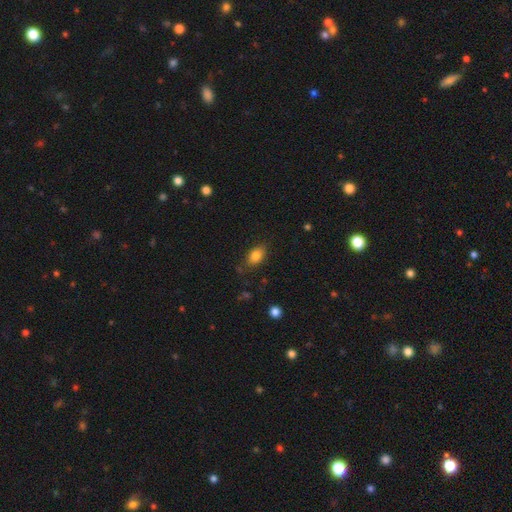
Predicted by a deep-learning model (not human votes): Smooth or featured? smooth (83%)
How rounded? in between (85%)
Merging? none (79%)